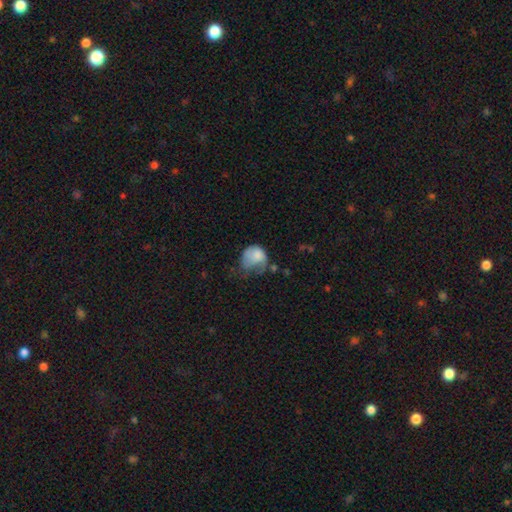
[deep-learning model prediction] Smooth or featured?
  - smooth: 71% *
  - featured or disk: 21%
  - star or artifact: 8%
How rounded?
  - round: 52% *
  - in between: 47%
  - cigar-shaped: 1%
Merging?
  - major disturbance: 48% *
  - minor disturbance: 29%
  - none: 19%
  - merger: 4%